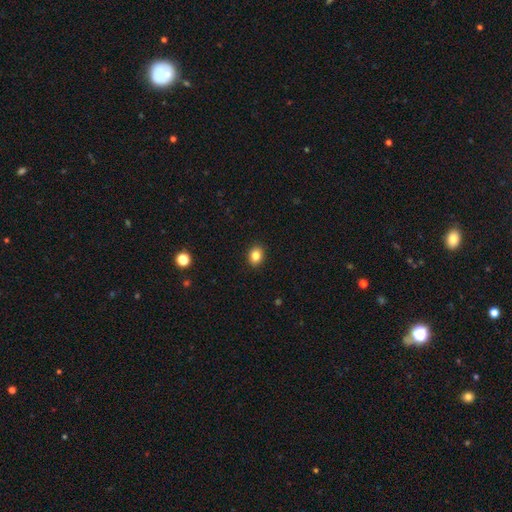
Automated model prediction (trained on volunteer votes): Overall: smooth (84%). How rounded: in between (54%; round 45%). Merging: none (91%).